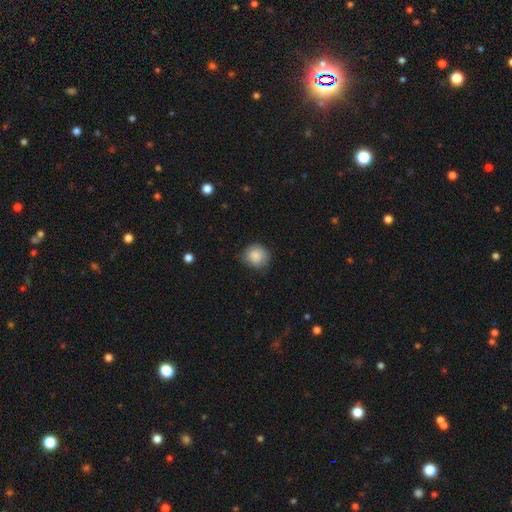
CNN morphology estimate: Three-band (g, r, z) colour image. It shows a smooth galaxy with no disk features (87%) that is round (84%). Merging: none (73%).